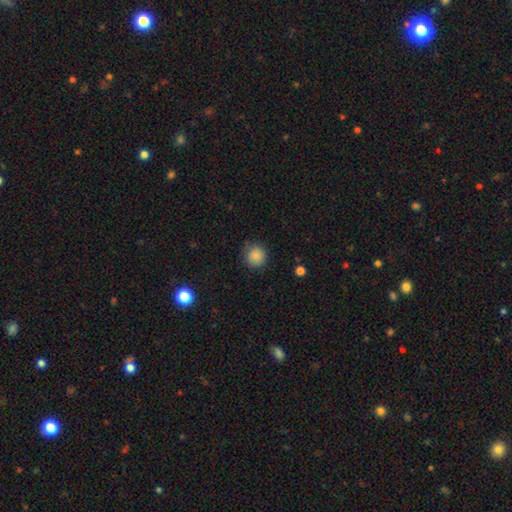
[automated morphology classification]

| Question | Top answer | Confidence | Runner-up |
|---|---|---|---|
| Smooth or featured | smooth | 86% | star or artifact (10%) |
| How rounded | round | 90% | in between (9%) |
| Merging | none | 81% | minor disturbance (14%) |